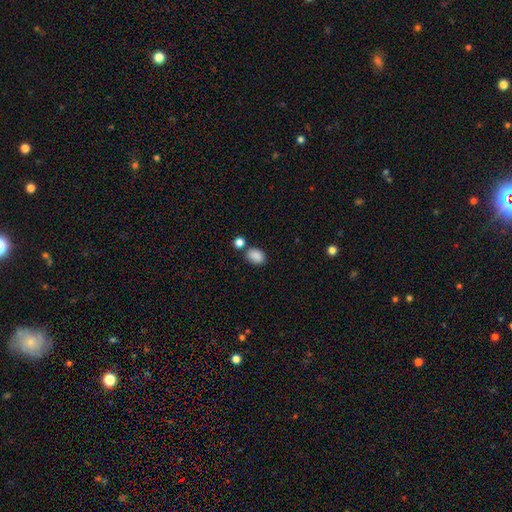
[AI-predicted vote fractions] Morphology: type=smooth (87%); roundness=in between (78%); merging=none (71%).